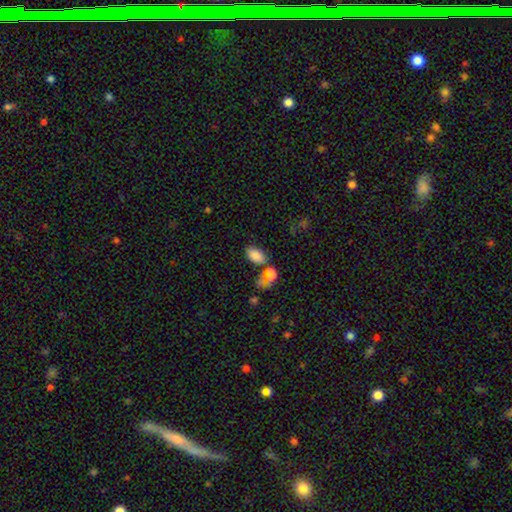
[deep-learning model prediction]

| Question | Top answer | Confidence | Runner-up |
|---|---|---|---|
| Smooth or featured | smooth | 82% | star or artifact (10%) |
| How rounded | in between | 92% | round (7%) |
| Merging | none | 58% | merger (20%) |